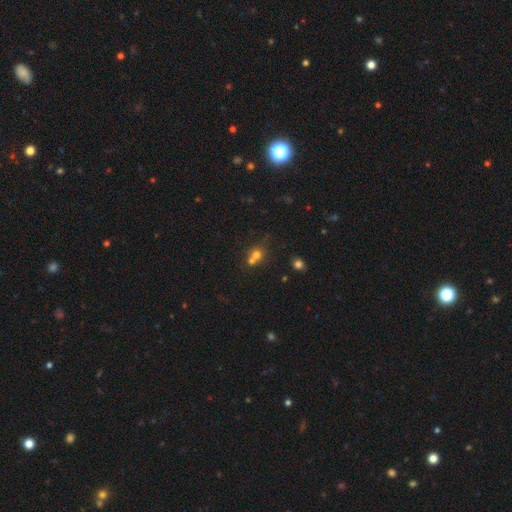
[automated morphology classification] Overall: smooth (67%). How rounded: round (81%). Merging: merger (53%; none 37%).